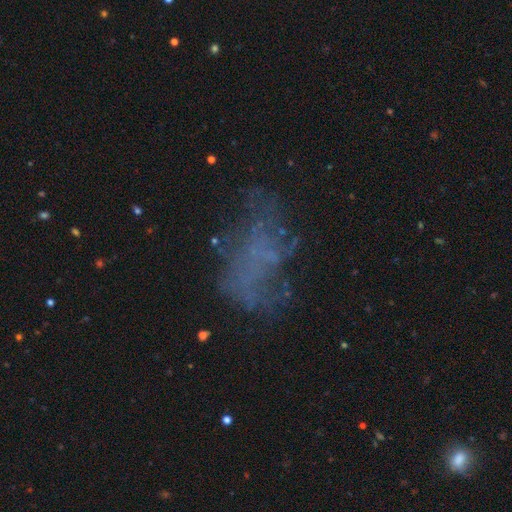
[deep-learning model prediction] This appears to be a featured or disk galaxy (48%). Merging: none (45%).